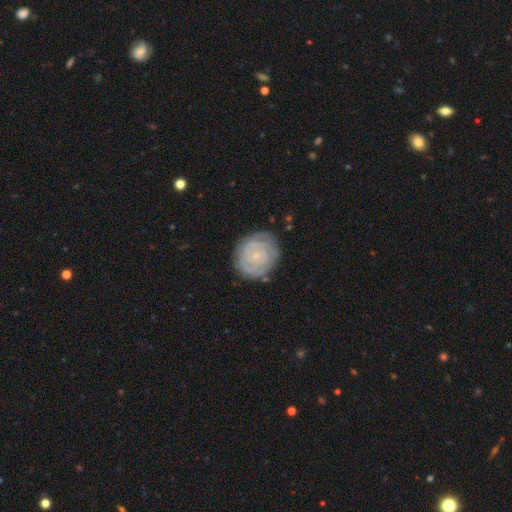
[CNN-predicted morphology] Smooth or featured? featured or disk (80%)
Edge-on disk? no (98%)
Bar? no (72%)
Spiral arms? yes (95%)
Spiral winding? tight (80%)
Spiral arm count? 2 (40%)
Bulge size? small (82%)
Merging? none (80%)